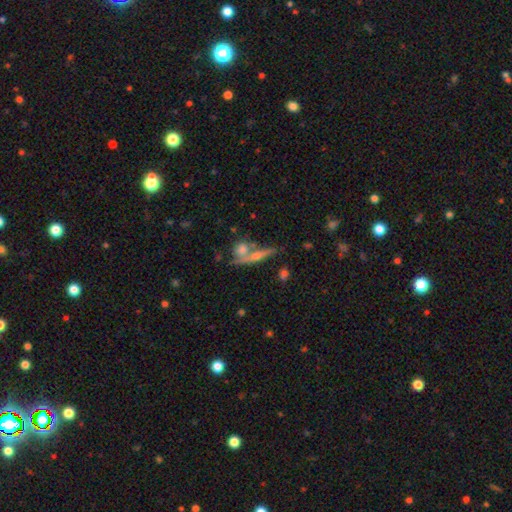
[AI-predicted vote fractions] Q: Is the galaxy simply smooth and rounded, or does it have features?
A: featured or disk — 51%.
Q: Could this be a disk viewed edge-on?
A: yes — 78%.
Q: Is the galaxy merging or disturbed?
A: none — 52%.